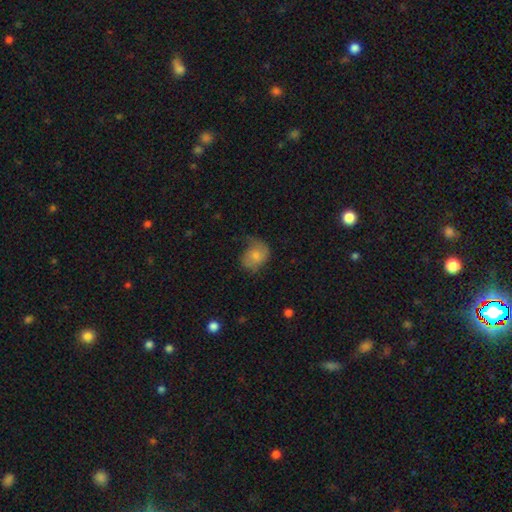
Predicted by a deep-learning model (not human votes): Q: Smooth or featured?
A: smooth (62%); runner-up: featured or disk (30%)
Q: How rounded?
A: in between (56%); runner-up: round (42%)
Q: Merging?
A: none (39%); runner-up: minor disturbance (35%)